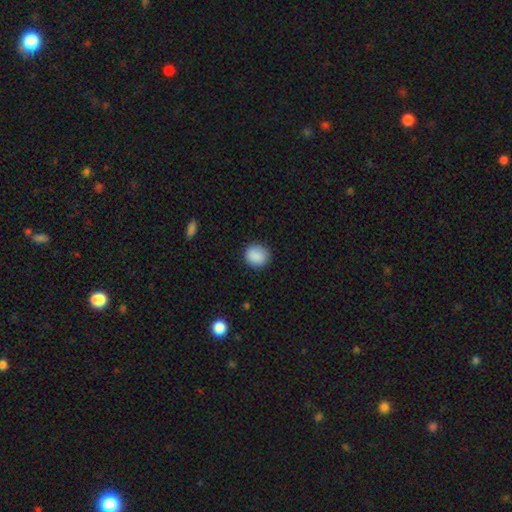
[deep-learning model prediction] A smooth galaxy with no disk features (89%) that is round (86%). Merging: none (87%).